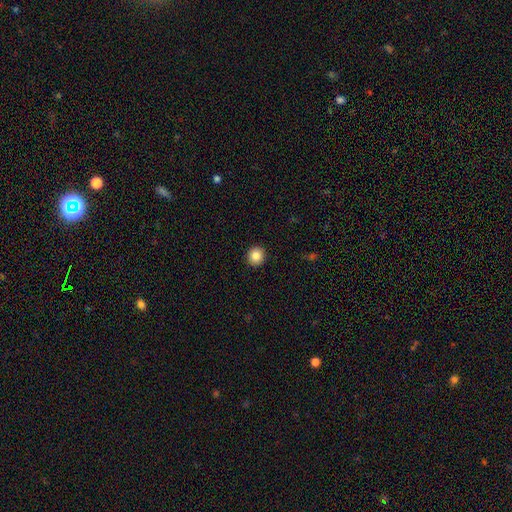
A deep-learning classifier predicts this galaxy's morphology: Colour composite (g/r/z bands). It shows a smooth galaxy with no disk features (85%) that is round (89%). Merging: none (93%).